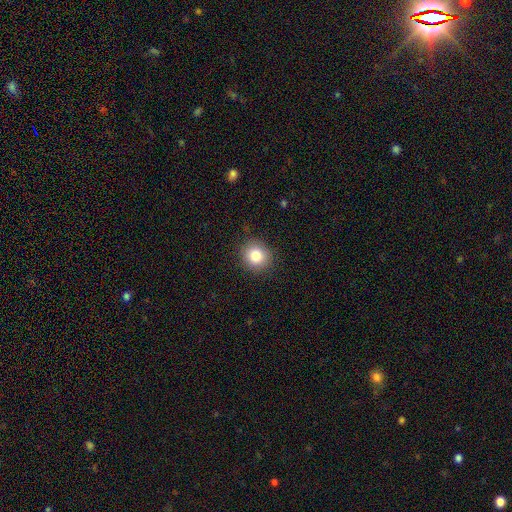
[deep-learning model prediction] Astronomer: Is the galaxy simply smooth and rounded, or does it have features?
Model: smooth — 83%.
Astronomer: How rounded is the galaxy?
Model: round — 85%.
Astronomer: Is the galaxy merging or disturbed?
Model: none — 89%.